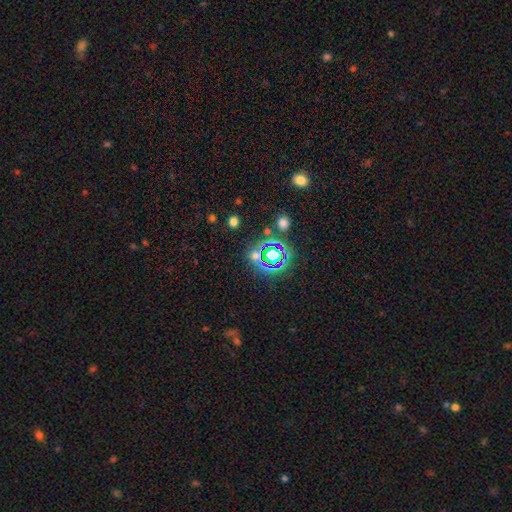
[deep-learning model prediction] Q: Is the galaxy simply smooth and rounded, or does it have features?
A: star or artifact — 66%.